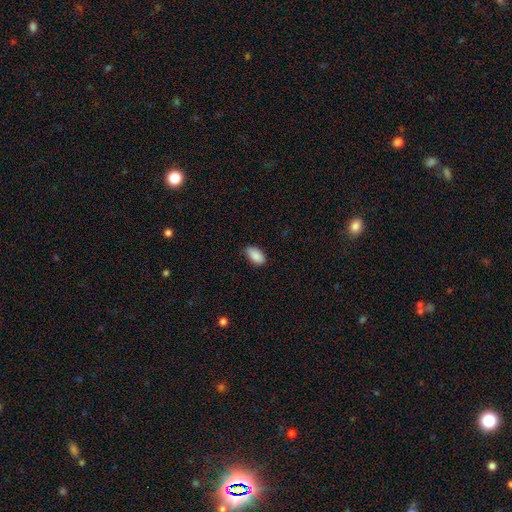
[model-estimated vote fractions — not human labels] Smooth or featured? smooth (89%)
How rounded? in between (94%)
Merging? none (78%)